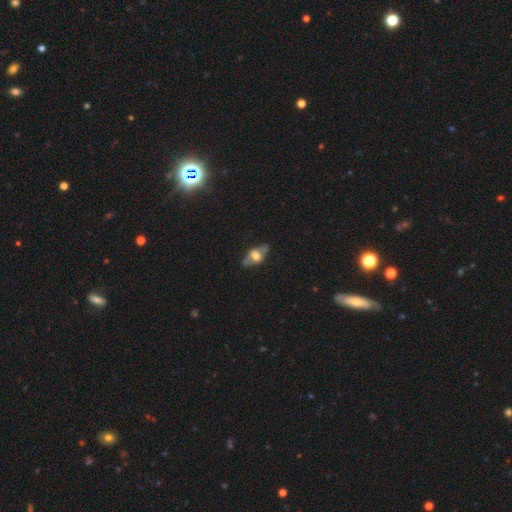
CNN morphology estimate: smooth-or-featured: featured or disk: 58% | smooth: 34% | star or artifact: 8%
  disk-edge-on: yes: 66% | no: 34%
  merging: none: 73% | minor disturbance: 19% | major disturbance: 7% | merger: 2%